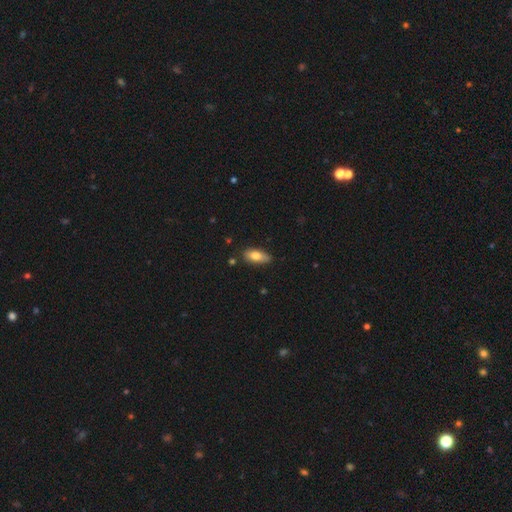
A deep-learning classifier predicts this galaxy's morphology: This is likely a smooth galaxy (77%). How rounded: clearly in between (82%). Merging: likely none (77%).